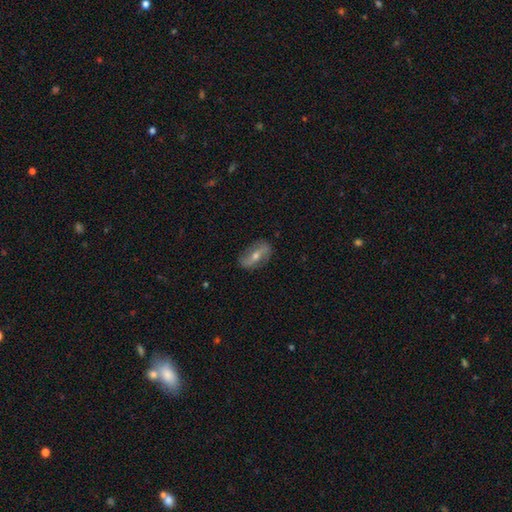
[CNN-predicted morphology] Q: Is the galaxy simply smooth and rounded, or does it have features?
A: featured or disk — 65%.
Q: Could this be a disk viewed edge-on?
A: no — 81%.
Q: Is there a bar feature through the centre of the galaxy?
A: strong — 49%.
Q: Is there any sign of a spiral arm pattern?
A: yes — 64%.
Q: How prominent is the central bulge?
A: moderate — 57%.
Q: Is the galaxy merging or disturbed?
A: none — 83%.